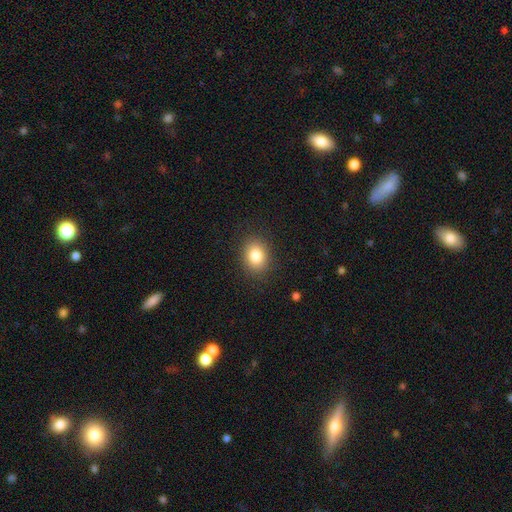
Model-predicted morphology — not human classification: Overall: smooth (83%). How rounded: in between (53%; round 46%). Merging: none (87%).